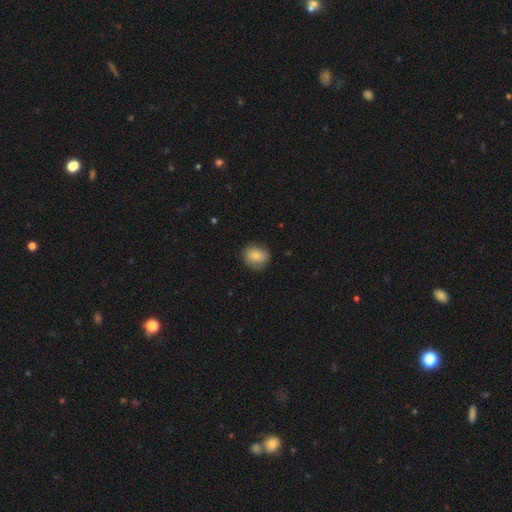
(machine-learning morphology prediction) type=smooth (80%); roundness=round (77%); merging=none (83%).